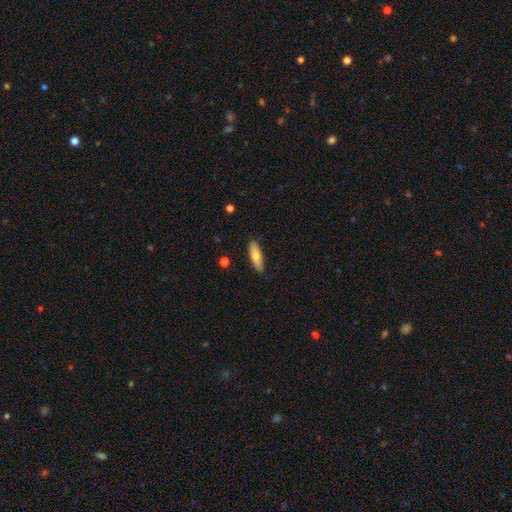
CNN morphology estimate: Q: Smooth or featured?
A: smooth (69%); runner-up: featured or disk (25%)
Q: How rounded?
A: cigar-shaped (54%); runner-up: in between (44%)
Q: Merging?
A: none (86%); runner-up: minor disturbance (11%)